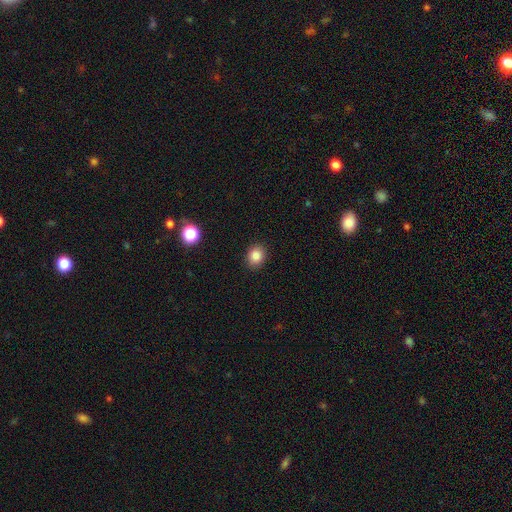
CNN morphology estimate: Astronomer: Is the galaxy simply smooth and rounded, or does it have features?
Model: smooth — 84%.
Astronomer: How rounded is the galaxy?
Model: round — 61% (runner-up: in between, 38%).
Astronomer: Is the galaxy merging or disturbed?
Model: none — 90%.